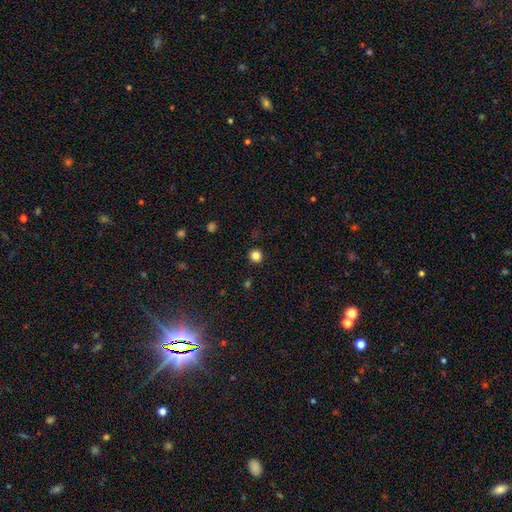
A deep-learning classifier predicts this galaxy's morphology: Overall: smooth (83%). How rounded: round (92%). Merging: none (91%).